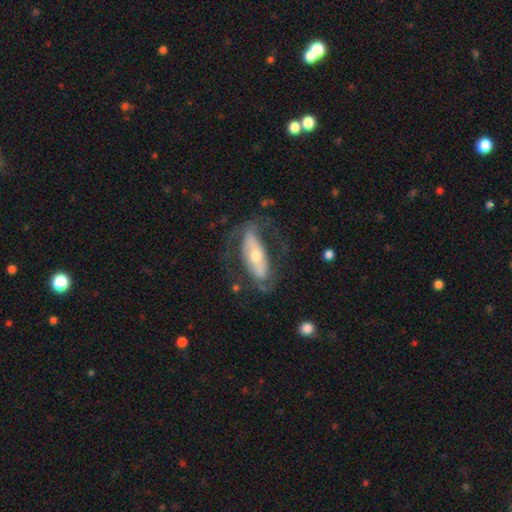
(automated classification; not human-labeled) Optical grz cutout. It shows a featured or disk galaxy (67%) with a strong bar (42%), spiral arms (59%) and a moderate central bulge (53%). Merging: none (61%).